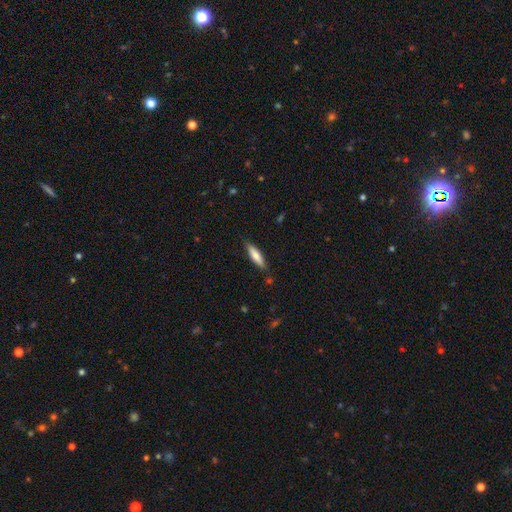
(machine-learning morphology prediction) This appears to be a smooth galaxy with no disk features (72%) that is cigar-shaped (73%). Merging: none (86%).